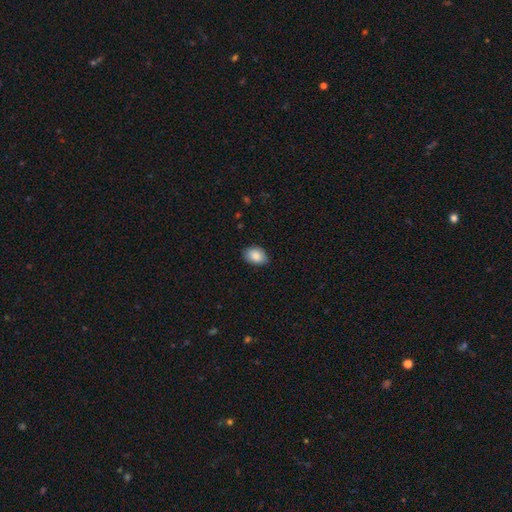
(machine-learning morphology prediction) type=smooth (88%); roundness=in between (83%); merging=none (80%).